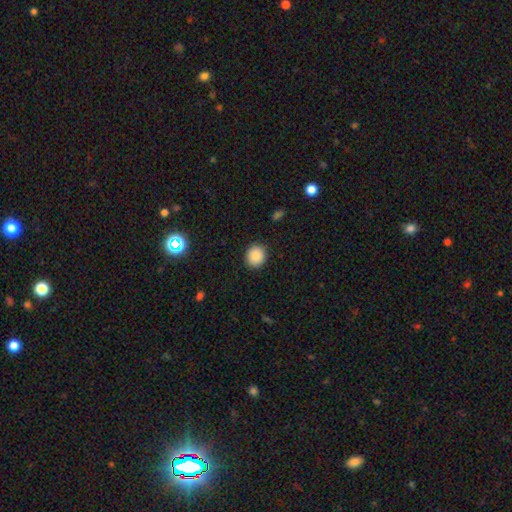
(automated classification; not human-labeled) Smooth or featured? smooth (87%)
How rounded? round (80%)
Merging? none (90%)